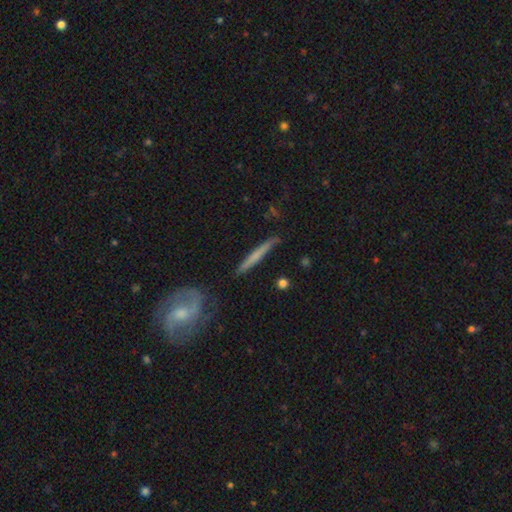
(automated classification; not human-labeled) smooth-or-featured: featured or disk: 49% | smooth: 45% | star or artifact: 6%
  merging: none: 85% | minor disturbance: 10% | major disturbance: 2% | merger: 2%